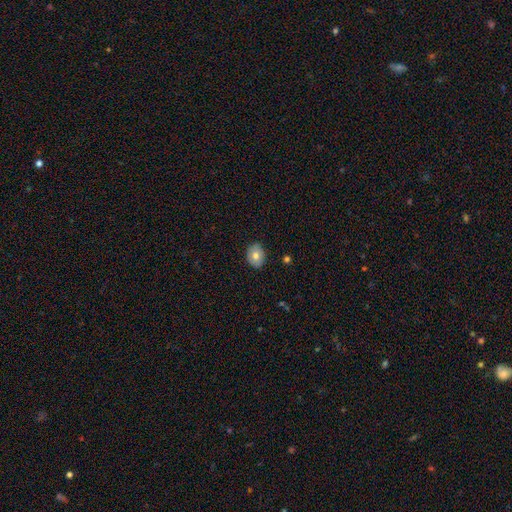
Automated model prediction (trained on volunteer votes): Smooth or featured? Predicted: smooth (p=0.72). How rounded? Predicted: in between (p=0.53). Merging? Predicted: none (p=0.84).